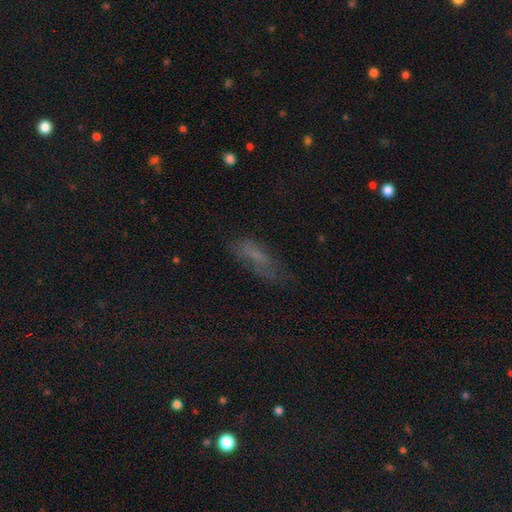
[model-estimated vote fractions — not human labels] Smooth or featured? Predicted: smooth (p=0.56). How rounded? Predicted: in between (p=0.55). Merging? Predicted: none (p=0.51).